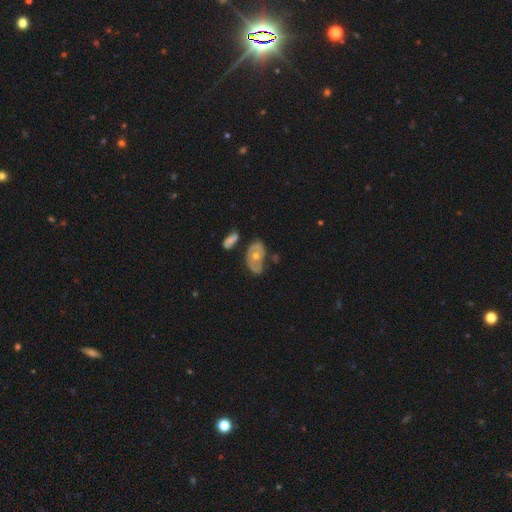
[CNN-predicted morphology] Smooth or featured?
  - featured or disk: 60% *
  - smooth: 32%
  - star or artifact: 8%
Edge-on disk?
  - no: 92% *
  - yes: 8%
Bar?
  - no: 87% *
  - weak: 10%
  - strong: 3%
Spiral arms?
  - no: 58% *
  - yes: 42%
Bulge size?
  - moderate: 64% *
  - small: 32%
  - large: 2%
  - none: 1%
  - dominant: 1%
Merging?
  - none: 60% *
  - minor disturbance: 24%
  - major disturbance: 8%
  - merger: 8%